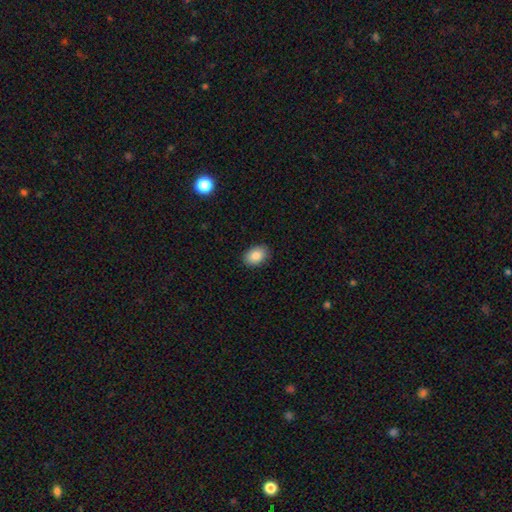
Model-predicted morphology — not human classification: Smooth or featured: smooth — 88% (star or artifact — 8%)
How rounded: in between — 84% (round — 15%)
Merging: none — 88% (minor disturbance — 9%)